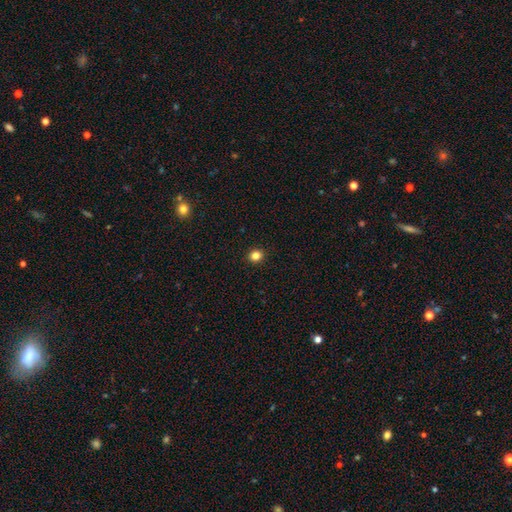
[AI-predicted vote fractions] smooth_or_featured: smooth (p=0.83) [alt: star or artifact p=0.12]
how_rounded: round (p=0.83) [alt: in between p=0.16]
merging: none (p=0.93) [alt: minor disturbance p=0.05]